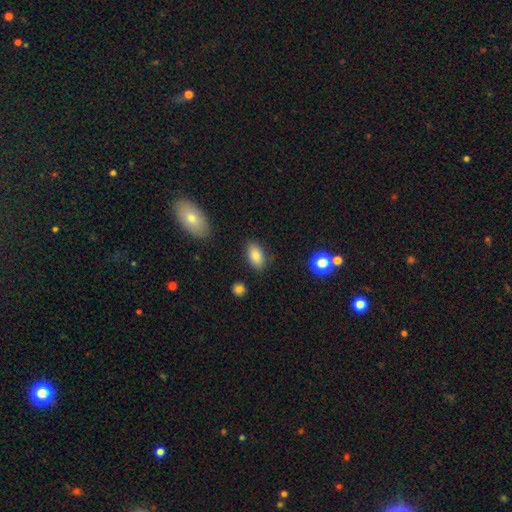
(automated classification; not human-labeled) smooth 85%, star or artifact 8%, featured or disk 7%. Down the decision tree: how rounded — in between (91%); merging — none (83%).